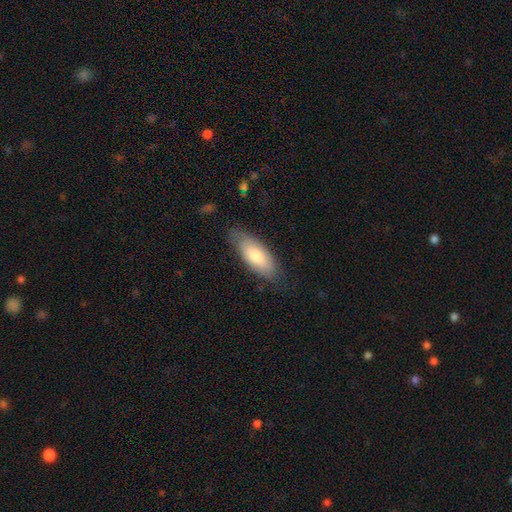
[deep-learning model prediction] A smooth galaxy with no disk features (74%) that is in between round and cigar-shaped (80%).

Vote fractions:
- Smooth or featured? smooth: 74% / featured or disk: 20% / star or artifact: 6%
- How rounded? in between: 80% / cigar-shaped: 18% / round: 2%
- Merging? none: 73% / minor disturbance: 22% / major disturbance: 4% / merger: 1%